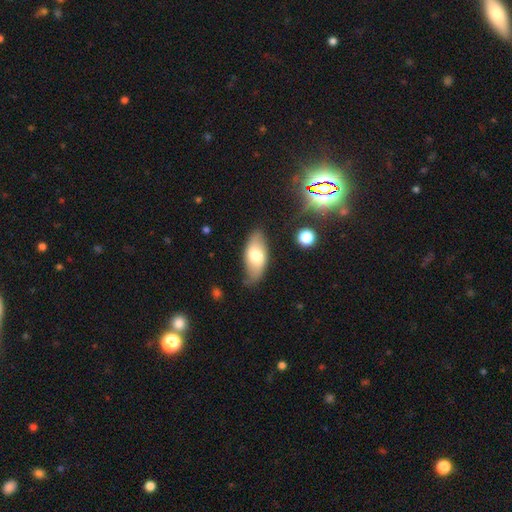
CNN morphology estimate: Q: Smooth or featured?
A: smooth (67%); runner-up: featured or disk (27%)
Q: How rounded?
A: in between (89%); runner-up: cigar-shaped (8%)
Q: Merging?
A: none (71%); runner-up: minor disturbance (22%)